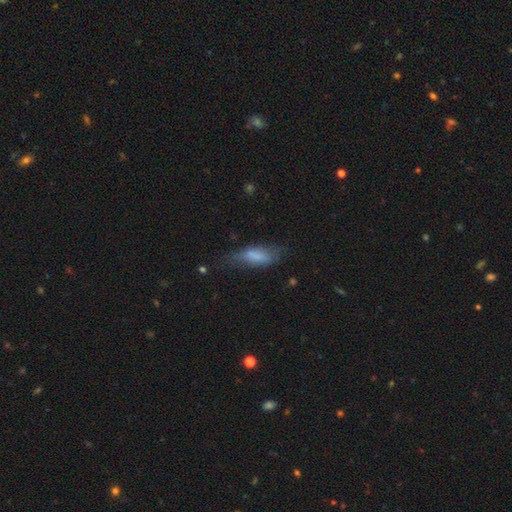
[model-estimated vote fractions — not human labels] Overall: smooth (72%). How rounded: in between (64%; cigar-shaped 34%). Merging: none (47%; minor disturbance 33%).